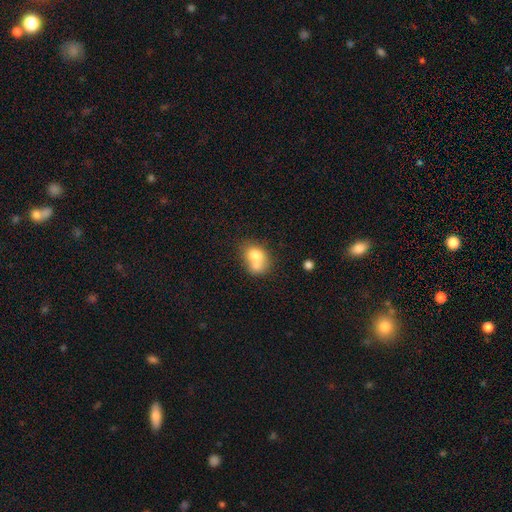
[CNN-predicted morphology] The model was most divided on "how rounded": in between: 54%, round: 45%, cigar-shaped: 1%. More confident: smooth or featured — smooth (72%); merging — merger (59%).